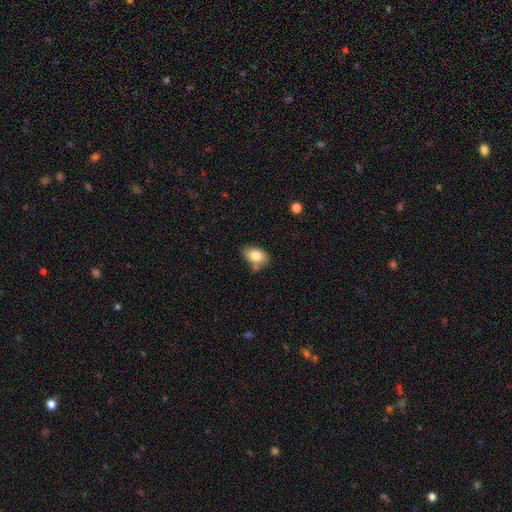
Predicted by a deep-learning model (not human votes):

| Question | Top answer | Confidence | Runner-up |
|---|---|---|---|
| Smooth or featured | smooth | 81% | featured or disk (11%) |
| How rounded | in between | 85% | round (14%) |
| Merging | none | 55% | minor disturbance (28%) |